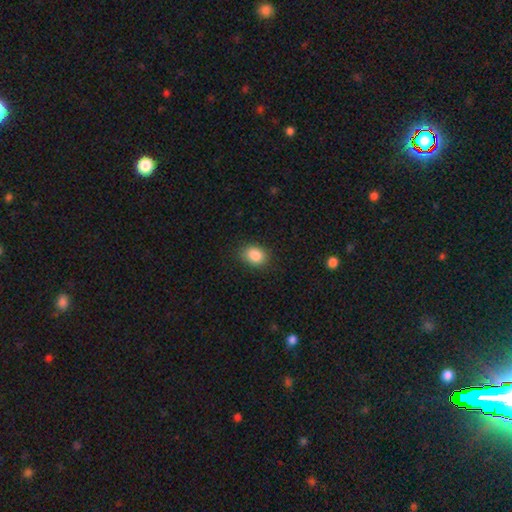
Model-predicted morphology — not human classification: Smooth or featured? Predicted: smooth (p=0.87). How rounded? Predicted: in between (p=0.61). Merging? Predicted: none (p=0.84).